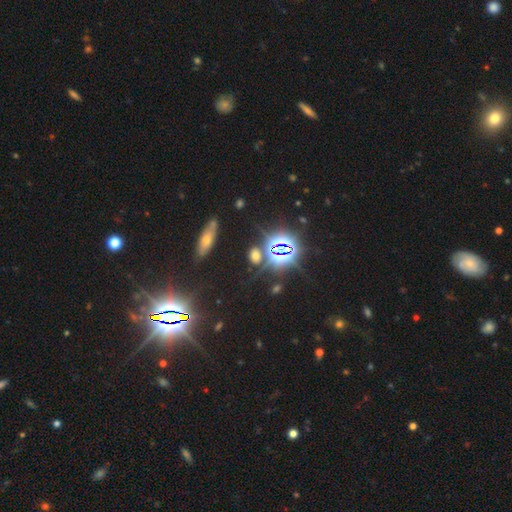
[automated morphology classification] type=star or artifact (57%).